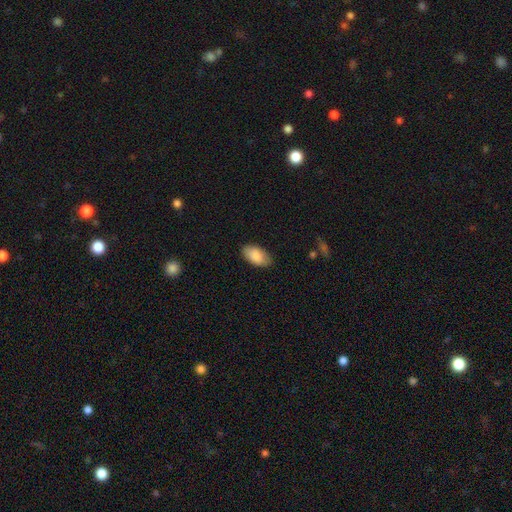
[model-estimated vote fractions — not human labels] Smooth or featured: smooth — 88% (featured or disk — 7%)
How rounded: in between — 95% (round — 3%)
Merging: none — 84% (minor disturbance — 13%)